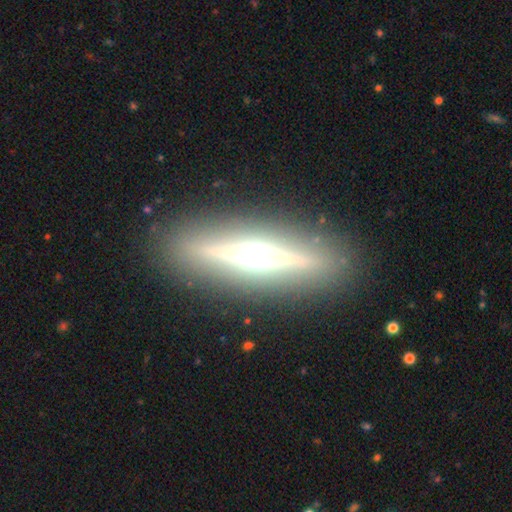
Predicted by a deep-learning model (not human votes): This is likely a featured or disk galaxy (79%). It is clearly viewed edge-on (95%). Edge-on bulge: clearly rounded (89%). Merging: clearly none (89%).